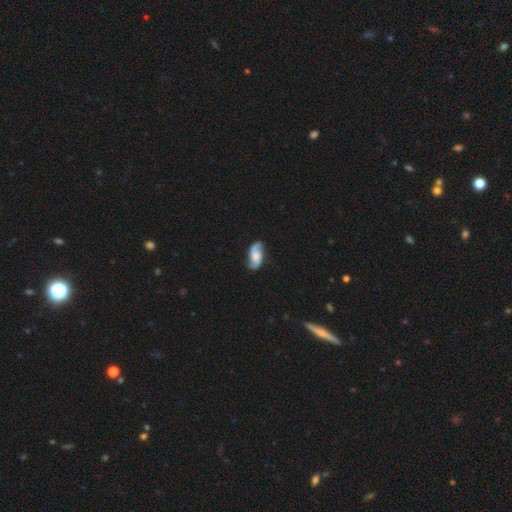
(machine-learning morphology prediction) Smooth or featured?
  - featured or disk: 74% *
  - smooth: 19%
  - star or artifact: 6%
Edge-on disk?
  - no: 96% *
  - yes: 4%
Bar?
  - no: 59% *
  - weak: 33%
  - strong: 9%
Spiral arms?
  - yes: 96% *
  - no: 4%
Spiral winding?
  - loose: 50% *
  - medium: 36%
  - tight: 14%
Spiral arm count?
  - 2: 92% *
  - can't tell: 3%
  - 1: 2%
  - 3: 1%
  - 4: 1%
  - more than 4: 1%
Bulge size?
  - moderate: 38% *
  - small: 27%
  - none: 18%
  - large: 15%
  - dominant: 3%
Merging?
  - none: 79% *
  - minor disturbance: 15%
  - major disturbance: 4%
  - merger: 1%